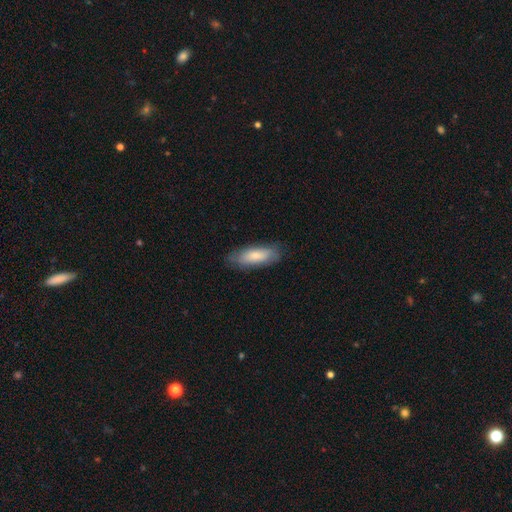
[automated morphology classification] type=smooth (78%); roundness=in between (59%); merging=none (80%).